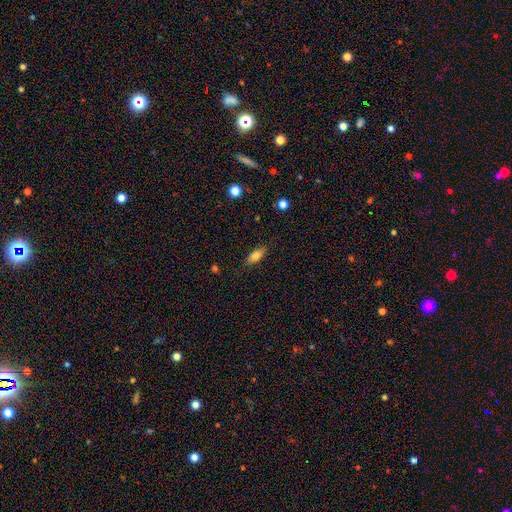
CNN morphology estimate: Smooth or featured? Predicted: smooth (p=0.77). How rounded? Predicted: in between (p=0.79). Merging? Predicted: none (p=0.85).